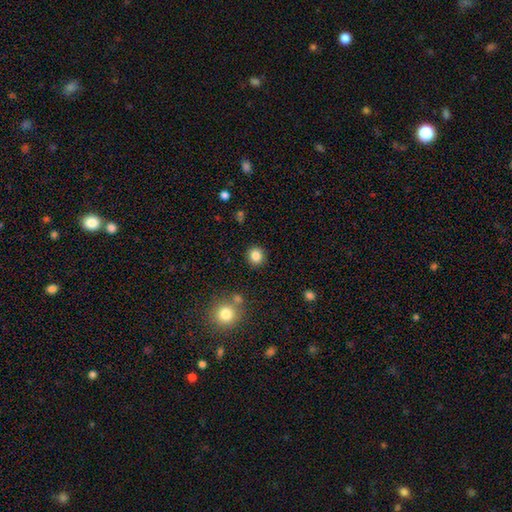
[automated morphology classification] Smooth or featured?
  - smooth: 85% *
  - star or artifact: 10%
  - featured or disk: 5%
How rounded?
  - round: 85% *
  - in between: 14%
  - cigar-shaped: 1%
Merging?
  - none: 89% *
  - minor disturbance: 6%
  - merger: 2%
  - major disturbance: 2%